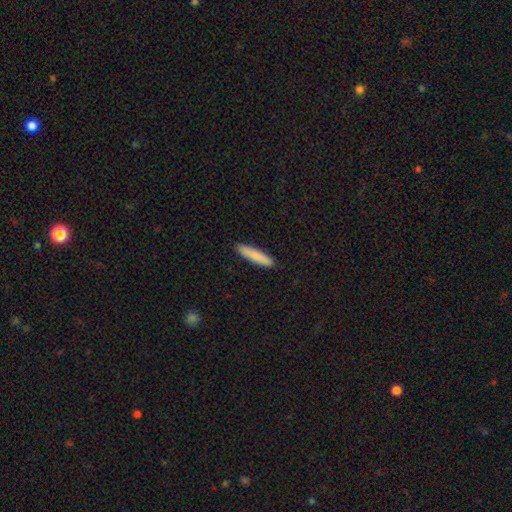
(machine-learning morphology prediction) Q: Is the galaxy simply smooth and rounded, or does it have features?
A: smooth — 85%.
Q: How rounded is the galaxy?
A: cigar-shaped — 87%.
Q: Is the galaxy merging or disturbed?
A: none — 91%.